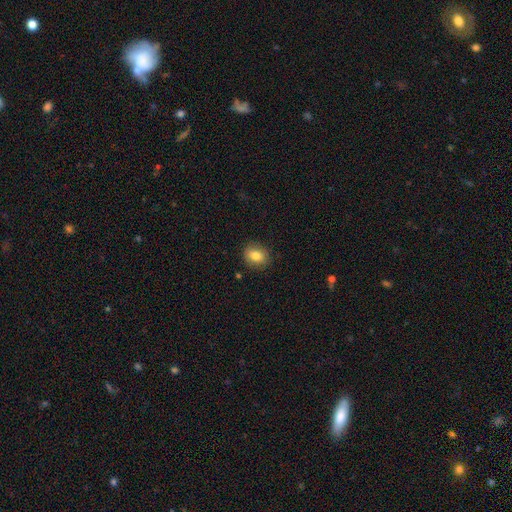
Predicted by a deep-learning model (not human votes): smooth_or_featured: smooth (p=0.81) [alt: featured or disk p=0.10]
how_rounded: round (p=0.52) [alt: in between p=0.47]
merging: none (p=0.86) [alt: minor disturbance p=0.10]